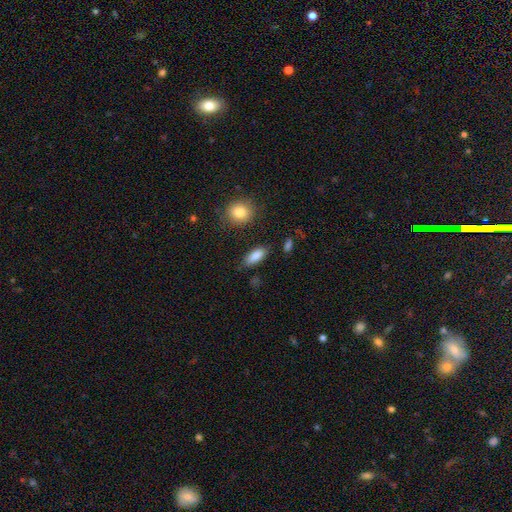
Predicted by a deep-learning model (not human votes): This appears to be a smooth galaxy with no disk features (85%) that is in between round and cigar-shaped (80%). Merging: none (81%).